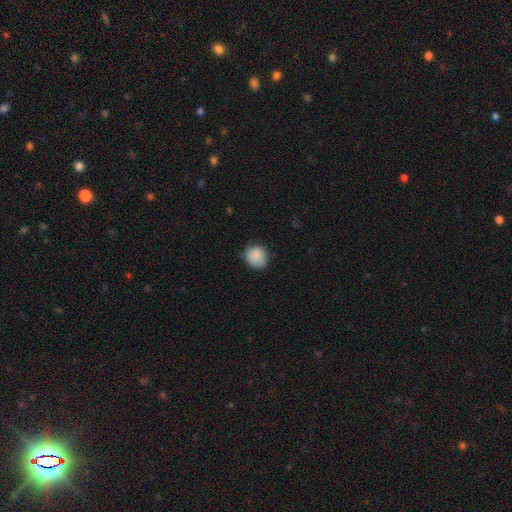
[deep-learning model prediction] A smooth galaxy with no disk features (87%) that is round (78%). Merging: none (71%).